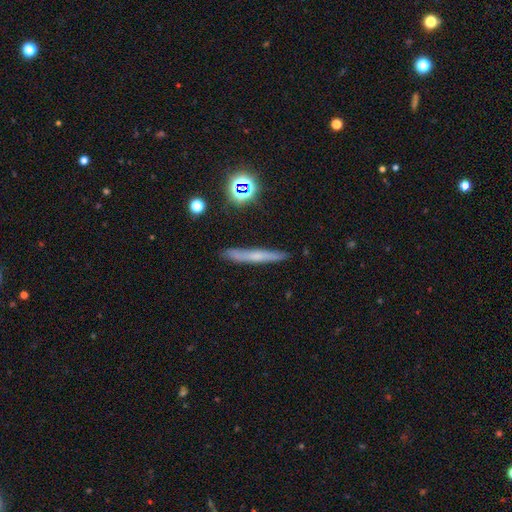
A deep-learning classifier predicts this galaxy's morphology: Smooth or featured: smooth — 46% (featured or disk — 41%)
Merging: none — 84% (minor disturbance — 12%)